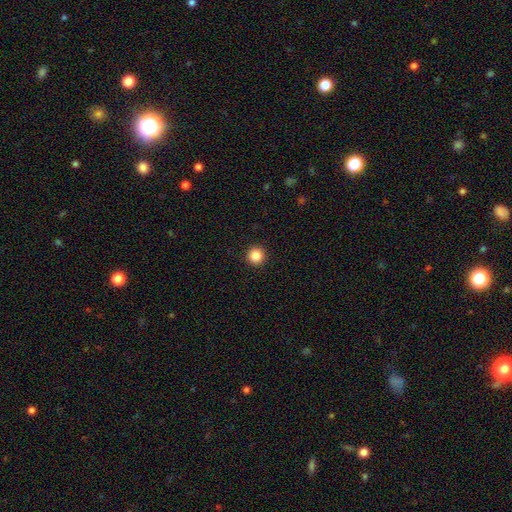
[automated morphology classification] A smooth galaxy with no disk features (86%) that is round (96%). Merging: none (94%).